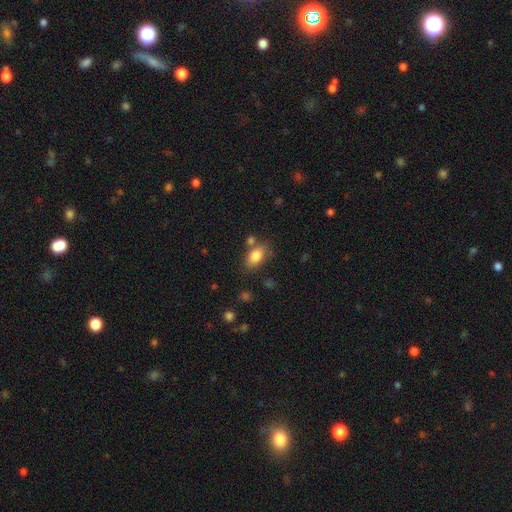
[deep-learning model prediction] Q: Smooth or featured?
A: smooth (83%); runner-up: featured or disk (9%)
Q: How rounded?
A: in between (88%); runner-up: round (9%)
Q: Merging?
A: none (67%); runner-up: minor disturbance (16%)